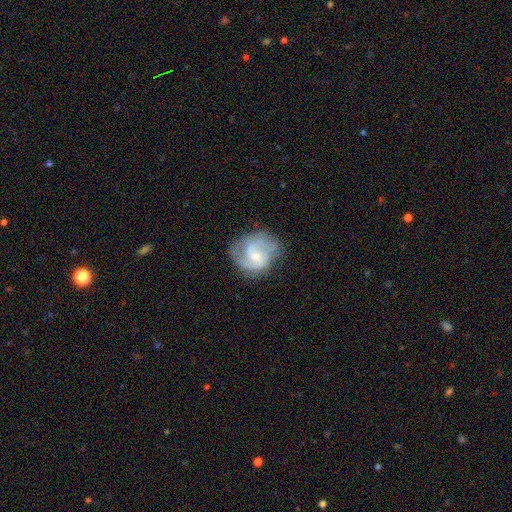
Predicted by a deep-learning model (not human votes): Smooth or featured?
  - featured or disk: 76% *
  - smooth: 18%
  - star or artifact: 6%
Edge-on disk?
  - no: 98% *
  - yes: 2%
Bar?
  - no: 47% *
  - weak: 46%
  - strong: 8%
Spiral arms?
  - yes: 92% *
  - no: 8%
Spiral winding?
  - medium: 51% *
  - tight: 26%
  - loose: 24%
Spiral arm count?
  - 2: 67% *
  - can't tell: 13%
  - 3: 8%
  - 1: 7%
  - 4: 2%
  - more than 4: 2%
Bulge size?
  - small: 55% *
  - moderate: 36%
  - none: 6%
  - large: 3%
  - dominant: 1%
Merging?
  - none: 64% *
  - minor disturbance: 22%
  - major disturbance: 12%
  - merger: 2%